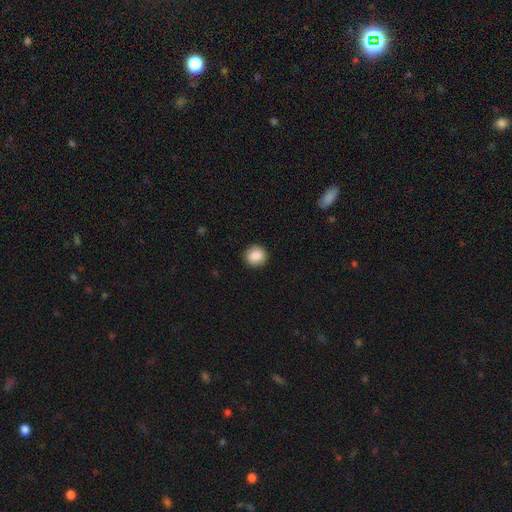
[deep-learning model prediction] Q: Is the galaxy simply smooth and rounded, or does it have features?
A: smooth — 87%.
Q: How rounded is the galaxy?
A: round — 89%.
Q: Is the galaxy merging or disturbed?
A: none — 91%.